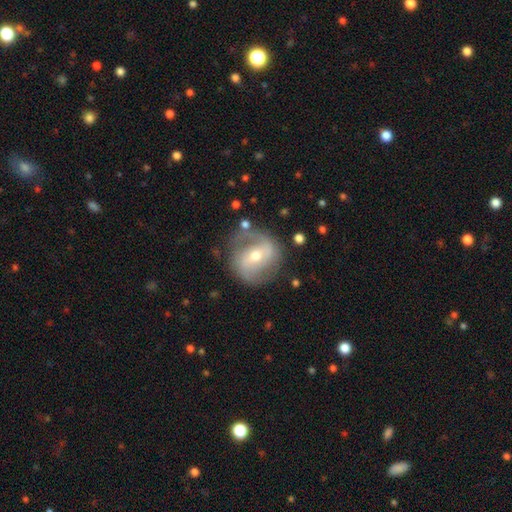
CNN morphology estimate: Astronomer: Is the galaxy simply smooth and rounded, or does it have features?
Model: featured or disk — 79%.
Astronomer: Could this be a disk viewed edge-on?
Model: no — 97%.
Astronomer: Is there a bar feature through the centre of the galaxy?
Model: weak — 41% (runner-up: strong, 33%).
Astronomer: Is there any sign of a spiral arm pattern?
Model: yes — 88%.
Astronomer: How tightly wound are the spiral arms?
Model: medium — 47% (runner-up: loose, 28%).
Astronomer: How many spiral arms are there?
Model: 2 — 87%.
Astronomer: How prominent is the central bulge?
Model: moderate — 59% (runner-up: small, 37%).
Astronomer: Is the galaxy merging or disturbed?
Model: none — 77%.